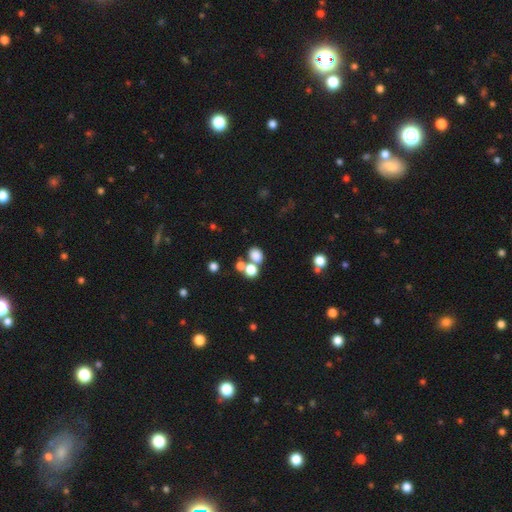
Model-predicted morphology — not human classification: smooth-or-featured: smooth: 77% | star or artifact: 15% | featured or disk: 8%
  how-rounded: round: 52% | in between: 47% | cigar-shaped: 1%
  merging: none: 53% | merger: 32% | minor disturbance: 10% | major disturbance: 5%